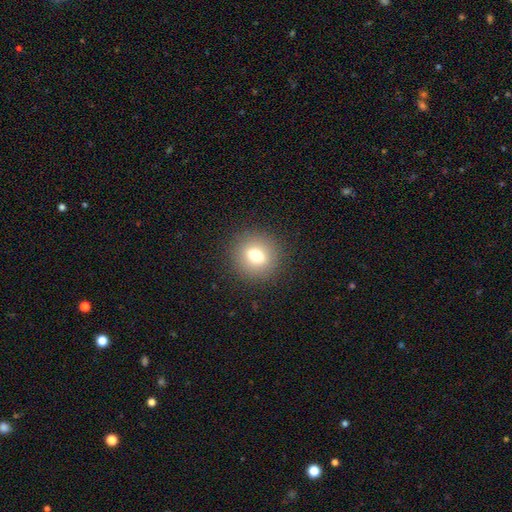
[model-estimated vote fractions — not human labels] smooth-or-featured: smooth: 70% | featured or disk: 17% | star or artifact: 13%
  how-rounded: round: 79% | in between: 19% | cigar-shaped: 1%
  merging: none: 88% | minor disturbance: 7% | major disturbance: 3% | merger: 1%